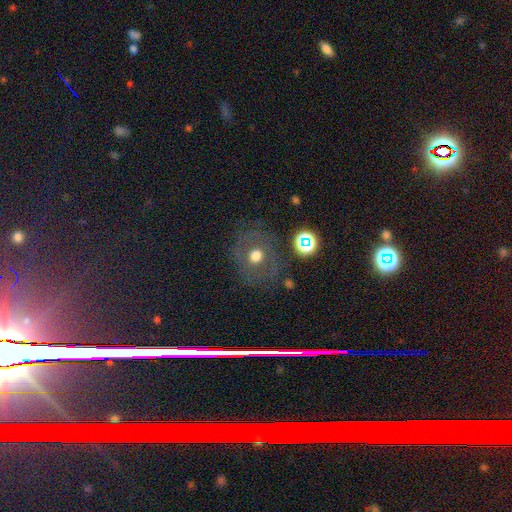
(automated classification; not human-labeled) Smooth or featured?
  - smooth: 57% *
  - featured or disk: 27%
  - star or artifact: 17%
How rounded?
  - round: 80% *
  - in between: 19%
  - cigar-shaped: 1%
Merging?
  - none: 77% *
  - minor disturbance: 12%
  - major disturbance: 8%
  - merger: 2%